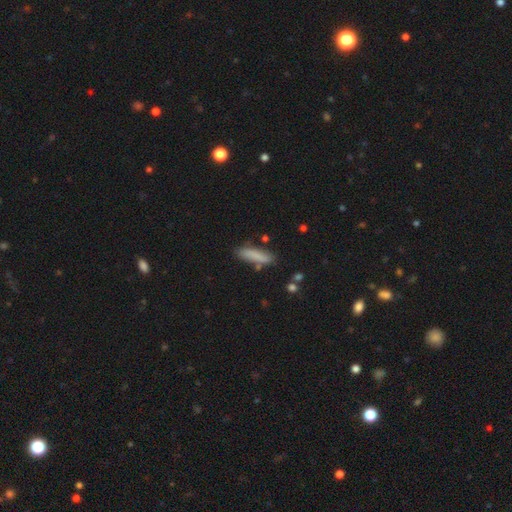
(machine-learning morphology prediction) smooth 84%, featured or disk 9%, star or artifact 7%. Down the decision tree: how rounded — cigar-shaped (73%); merging — none (80%).